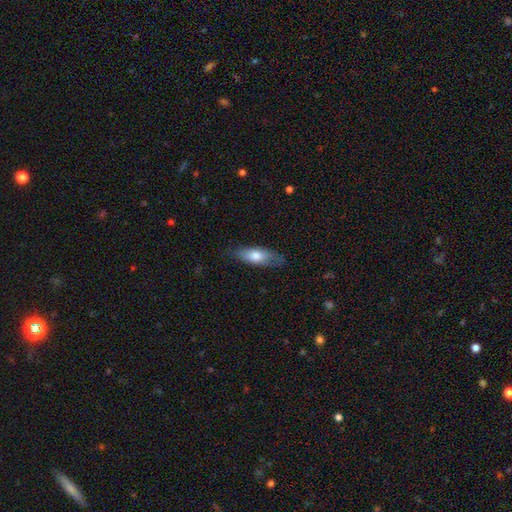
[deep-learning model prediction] smooth-or-featured: smooth: 70% | featured or disk: 24% | star or artifact: 6%
  how-rounded: in between: 65% | cigar-shaped: 32% | round: 3%
  merging: none: 75% | minor disturbance: 19% | major disturbance: 4% | merger: 1%